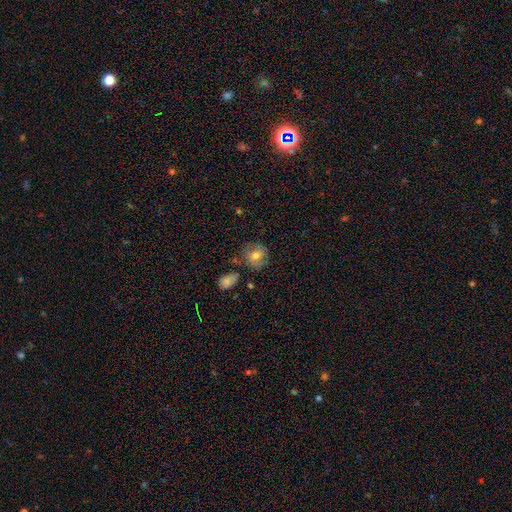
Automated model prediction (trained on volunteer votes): Overall: smooth (68%). How rounded: round (72%). Merging: none (68%).